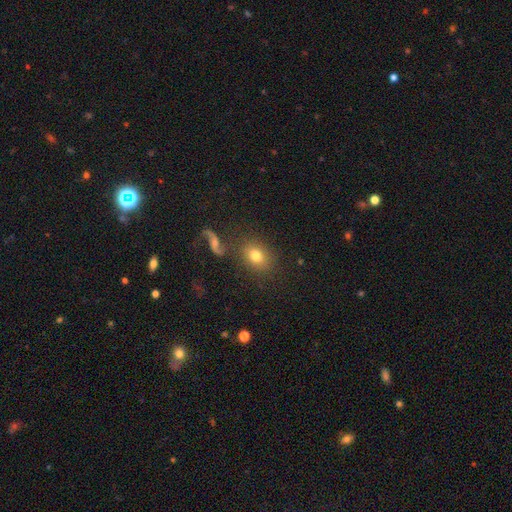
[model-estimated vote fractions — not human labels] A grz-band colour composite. It shows a smooth galaxy with no disk features (73%) that is in between round and cigar-shaped (56%). Merging: none (75%).